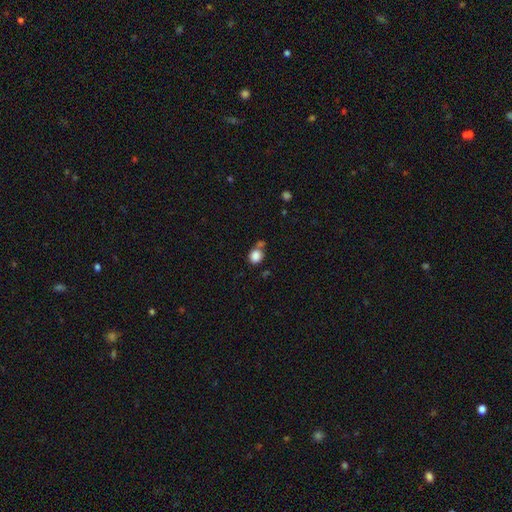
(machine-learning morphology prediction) smooth 85%, star or artifact 10%, featured or disk 5%. Down the decision tree: how rounded — round (64%); merging — none (55%).